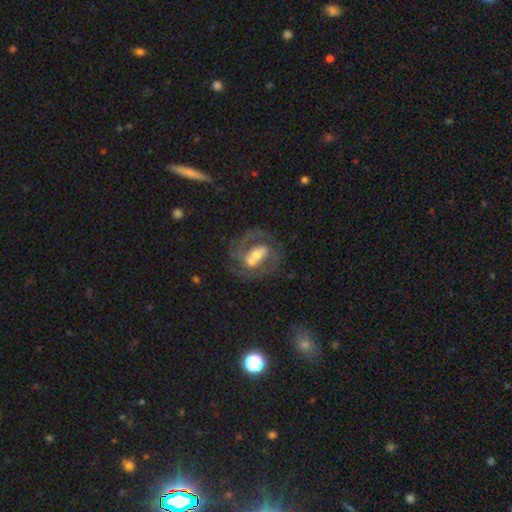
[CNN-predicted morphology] This appears to be a featured or disk galaxy (63%) with no bar (54%), spiral arms (51%) and a moderate central bulge (62%). Merging: none (39%).